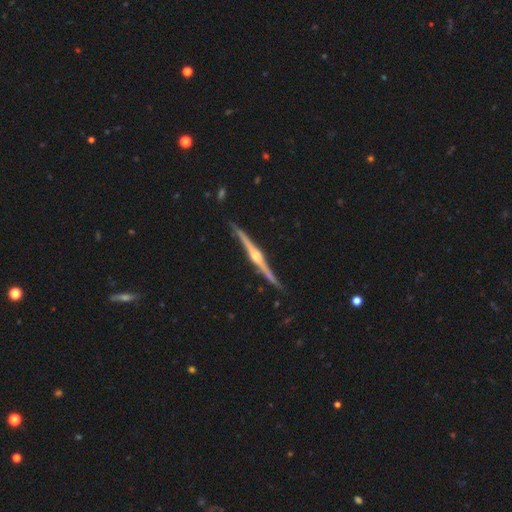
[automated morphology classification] featured or disk 88%, smooth 7%, star or artifact 4%. Down the decision tree: edge-on disk — yes (99%); edge-on bulge — rounded (92%); merging — none (89%).